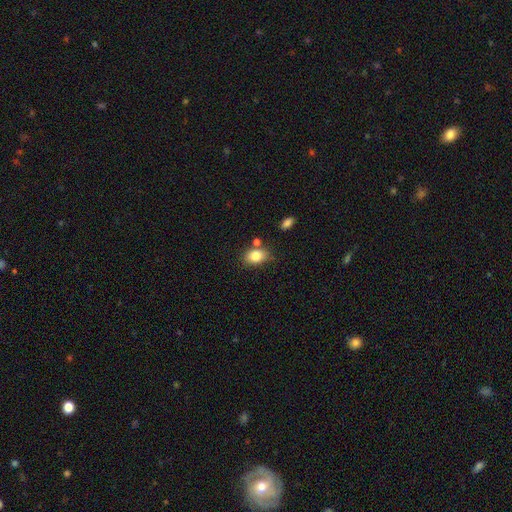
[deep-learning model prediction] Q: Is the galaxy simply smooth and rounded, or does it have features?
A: smooth — 83%.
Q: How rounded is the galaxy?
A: in between — 75%.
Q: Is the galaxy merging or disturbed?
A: none — 67%.